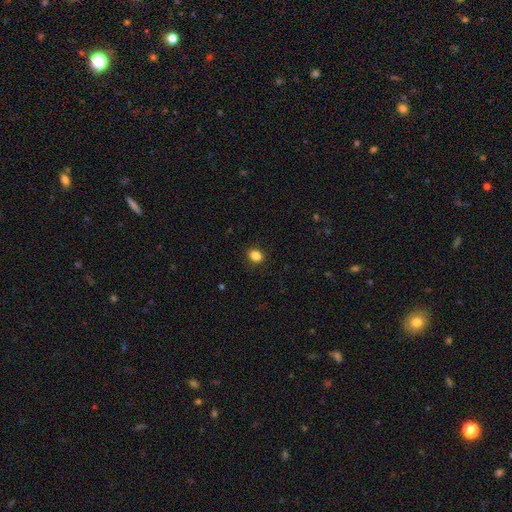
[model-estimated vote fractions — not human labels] This is clearly a smooth galaxy (85%). How rounded: possibly in between (52%). Merging: clearly none (89%).